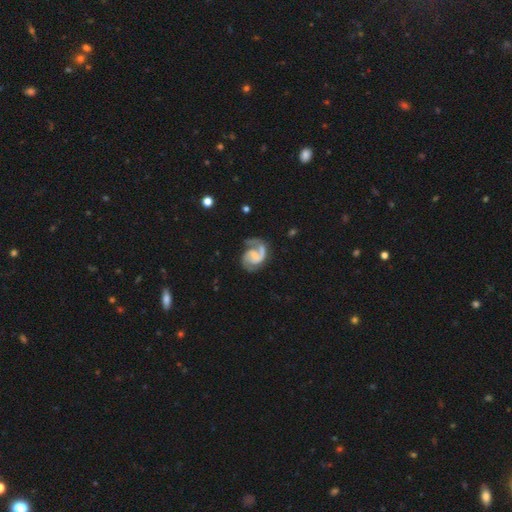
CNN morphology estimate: Smooth or featured?
  - featured or disk: 90% *
  - smooth: 5%
  - star or artifact: 4%
Edge-on disk?
  - no: 98% *
  - yes: 2%
Bar?
  - weak: 47% *
  - no: 39%
  - strong: 14%
Spiral arms?
  - yes: 98% *
  - no: 2%
Spiral winding?
  - medium: 57% *
  - tight: 25%
  - loose: 18%
Spiral arm count?
  - 2: 87% *
  - 1: 6%
  - can't tell: 3%
  - 3: 2%
  - 4: 1%
  - more than 4: 1%
Bulge size?
  - small: 51% *
  - none: 27%
  - moderate: 19%
  - large: 2%
  - dominant: 1%
Merging?
  - none: 68% *
  - minor disturbance: 19%
  - major disturbance: 11%
  - merger: 2%